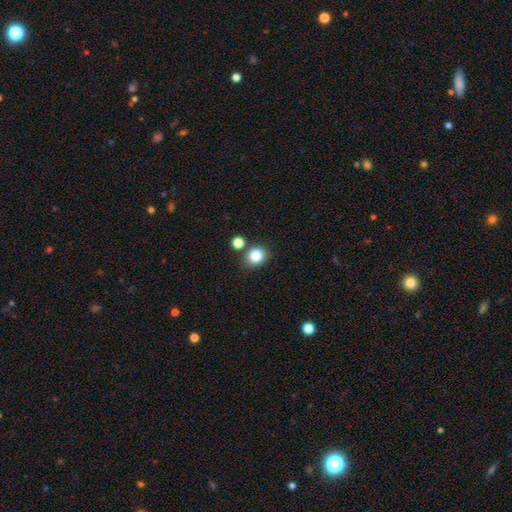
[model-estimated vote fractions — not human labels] The model was most divided on "how rounded": round: 69%, in between: 30%, cigar-shaped: 1%. More confident: smooth or featured — smooth (85%); merging — none (75%).